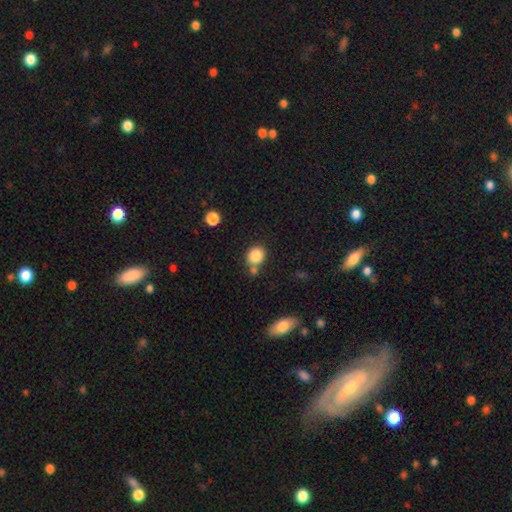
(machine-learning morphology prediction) smooth_or_featured: smooth (p=0.84) [alt: star or artifact p=0.10]
how_rounded: round (p=0.72) [alt: in between p=0.27]
merging: none (p=0.63) [alt: merger p=0.21]